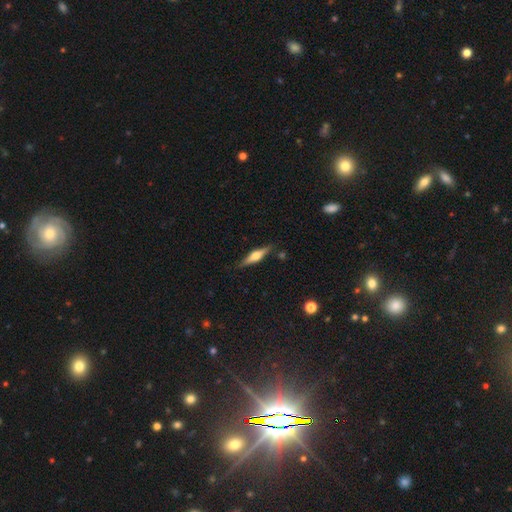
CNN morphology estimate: Smooth or featured?
  - featured or disk: 64% *
  - smooth: 30%
  - star or artifact: 6%
Edge-on disk?
  - yes: 96% *
  - no: 4%
Edge-on bulge?
  - rounded: 89% *
  - boxy: 8%
  - none: 3%
Merging?
  - none: 86% *
  - minor disturbance: 10%
  - merger: 2%
  - major disturbance: 2%